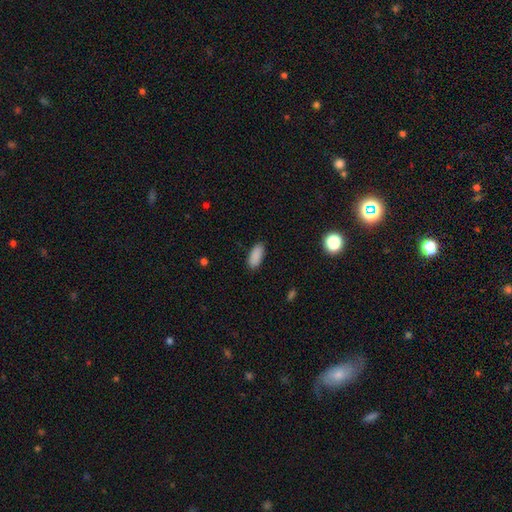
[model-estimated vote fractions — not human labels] smooth 89%, star or artifact 7%, featured or disk 3%. Down the decision tree: how rounded — in between (86%); merging — none (86%).